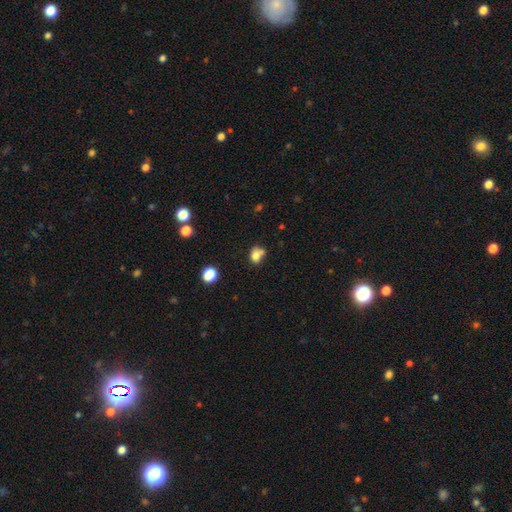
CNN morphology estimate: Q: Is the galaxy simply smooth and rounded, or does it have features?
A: smooth — 76%.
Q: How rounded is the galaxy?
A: round — 53%.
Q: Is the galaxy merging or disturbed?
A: merger — 41%.